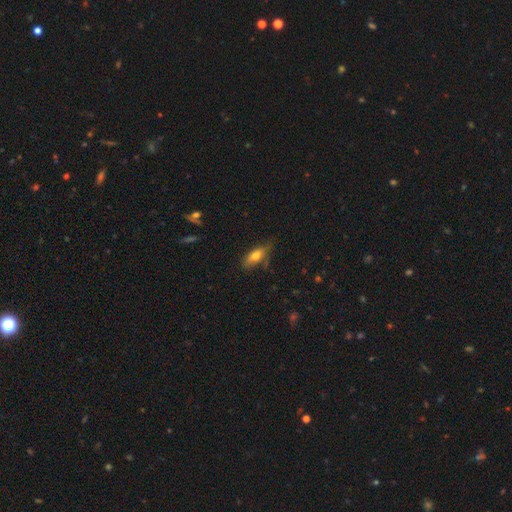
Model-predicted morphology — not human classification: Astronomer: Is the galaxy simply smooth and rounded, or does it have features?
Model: smooth — 69%.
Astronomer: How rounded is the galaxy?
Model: in between — 68%.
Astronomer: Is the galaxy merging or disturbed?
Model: none — 62%.